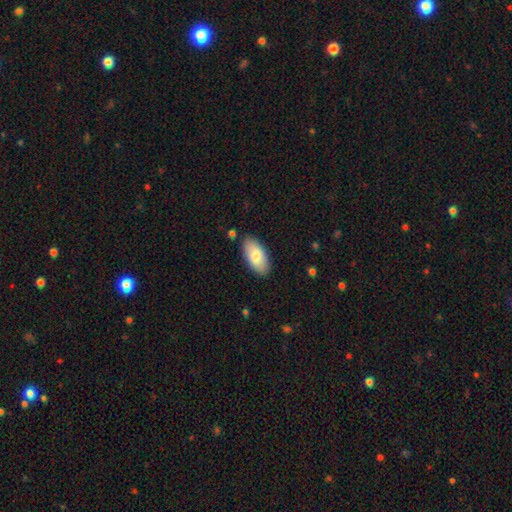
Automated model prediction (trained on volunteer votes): Morphology: type=smooth (80%); roundness=in between (94%); merging=none (87%).